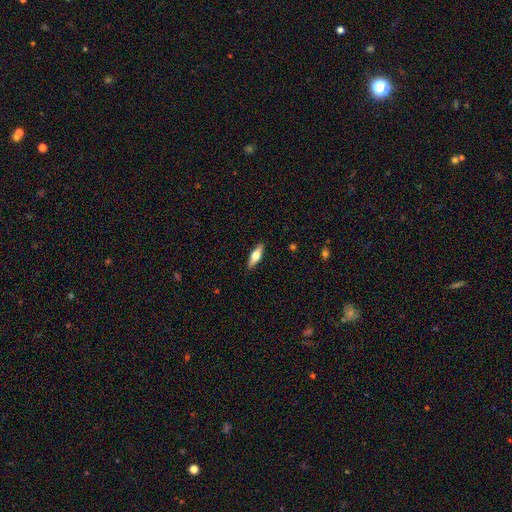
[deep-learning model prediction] This is possibly a smooth galaxy (56%). How rounded: possibly in between (51%). Merging: clearly none (89%).